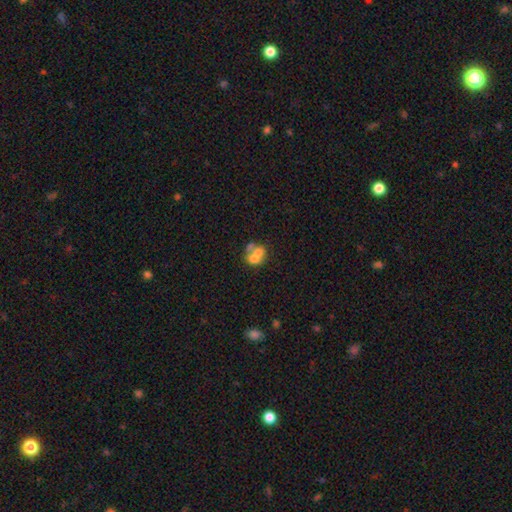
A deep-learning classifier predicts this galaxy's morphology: type=smooth (58%); roundness=round (62%); merging=merger (61%).